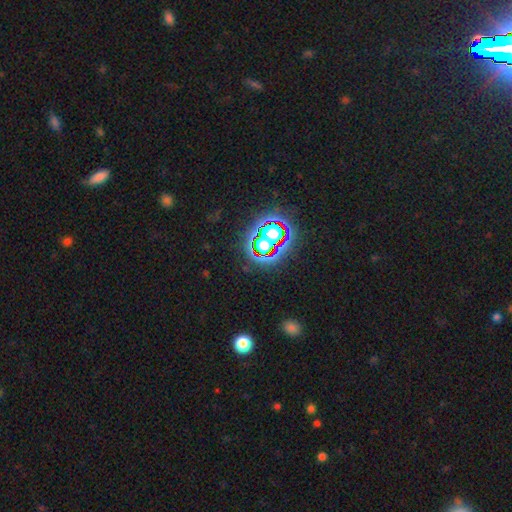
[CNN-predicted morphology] Q: Smooth or featured?
A: star or artifact (77%); runner-up: smooth (14%)